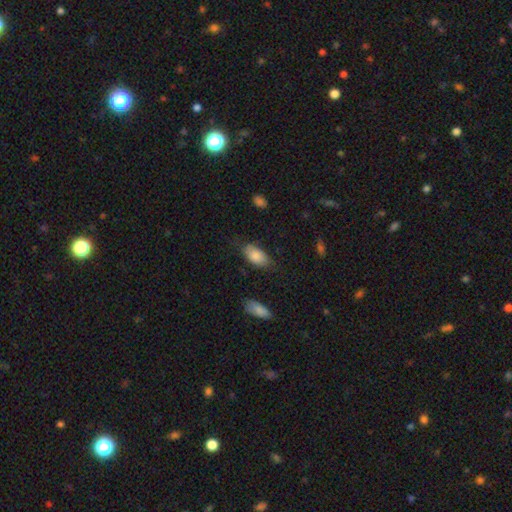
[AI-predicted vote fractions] smooth_or_featured: smooth (p=0.83) [alt: featured or disk p=0.10]
how_rounded: in between (p=0.93) [alt: round p=0.04]
merging: none (p=0.67) [alt: minor disturbance p=0.25]